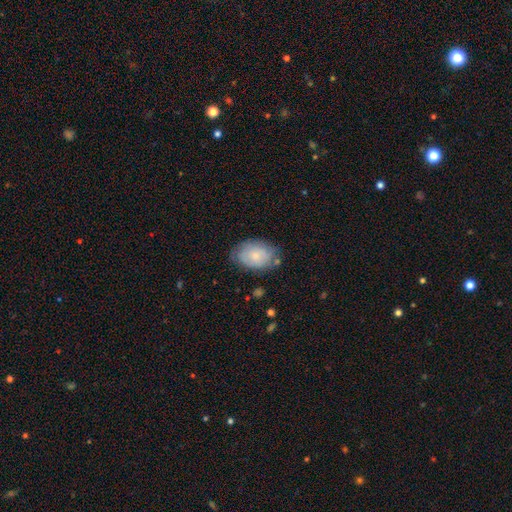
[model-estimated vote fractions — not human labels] smooth 68%, featured or disk 25%, star or artifact 7%. Down the decision tree: how rounded — in between (87%); merging — none (68%).